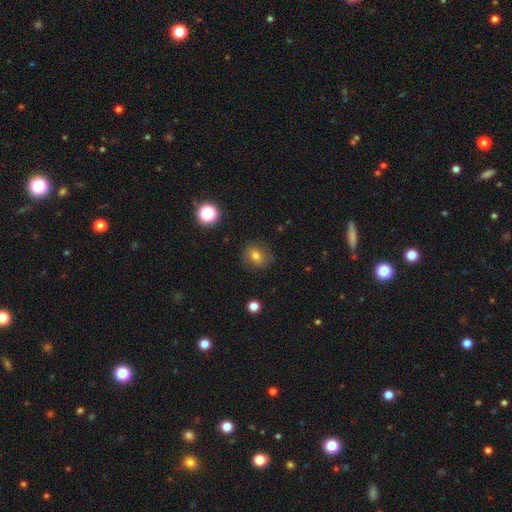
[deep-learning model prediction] This appears to be a smooth galaxy with no disk features (68%) that is round (64%). Merging: none (76%).